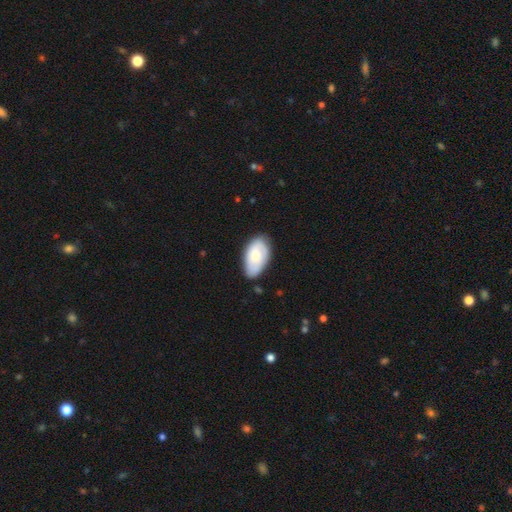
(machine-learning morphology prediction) smooth_or_featured: smooth (p=0.64) [alt: featured or disk p=0.30]
how_rounded: in between (p=0.94) [alt: round p=0.04]
merging: none (p=0.71) [alt: minor disturbance p=0.22]